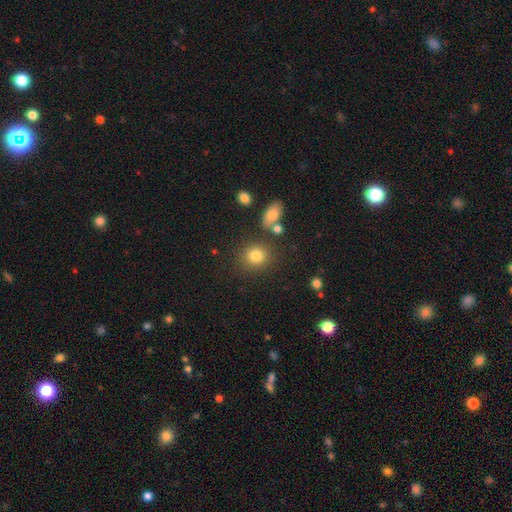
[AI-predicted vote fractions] Smooth or featured?
  - smooth: 82% *
  - star or artifact: 11%
  - featured or disk: 7%
How rounded?
  - round: 74% *
  - in between: 25%
  - cigar-shaped: 1%
Merging?
  - none: 78% *
  - minor disturbance: 10%
  - merger: 7%
  - major disturbance: 4%